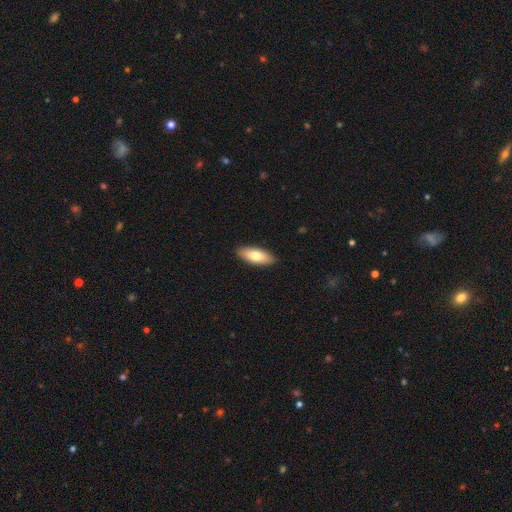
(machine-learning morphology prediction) smooth_or_featured: smooth (p=0.75) [alt: featured or disk p=0.19]
how_rounded: in between (p=0.76) [alt: cigar-shaped p=0.22]
merging: none (p=0.90) [alt: minor disturbance p=0.07]